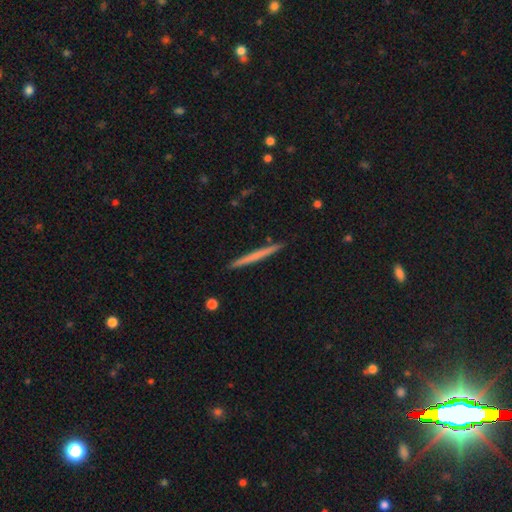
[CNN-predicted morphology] Smooth or featured? Predicted: smooth (p=0.55). How rounded? Predicted: cigar-shaped (p=0.97). Merging? Predicted: none (p=0.93).